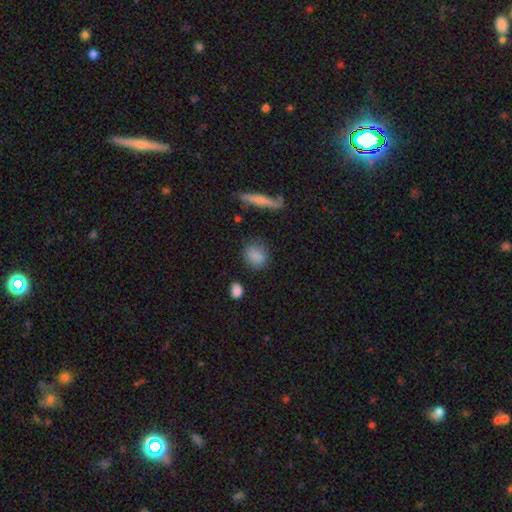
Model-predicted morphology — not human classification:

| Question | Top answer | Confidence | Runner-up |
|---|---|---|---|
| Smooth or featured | smooth | 84% | star or artifact (9%) |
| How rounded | in between | 50% | round (45%) |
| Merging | none | 77% | minor disturbance (16%) |